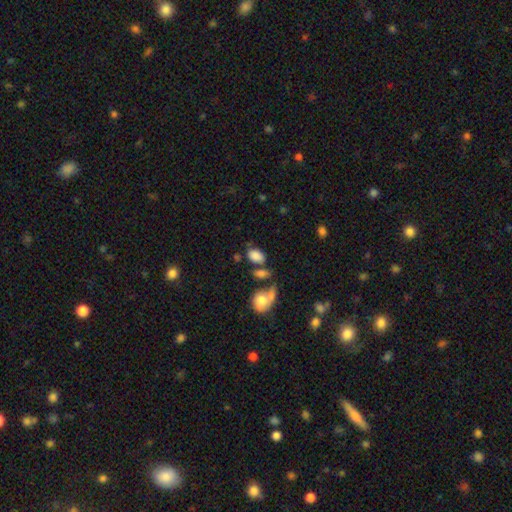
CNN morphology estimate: The model was most divided on "merging": none: 52%, merger: 21%, minor disturbance: 17%, major disturbance: 10%. More confident: how rounded — in between (87%); smooth or featured — smooth (82%).